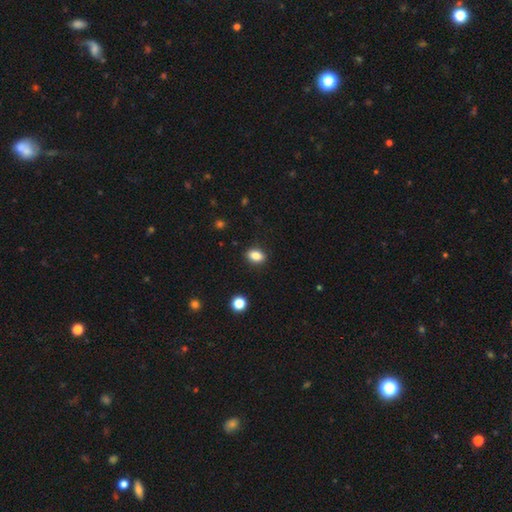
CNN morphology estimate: Smooth or featured? Predicted: smooth (p=0.85). How rounded? Predicted: in between (p=0.81). Merging? Predicted: none (p=0.88).